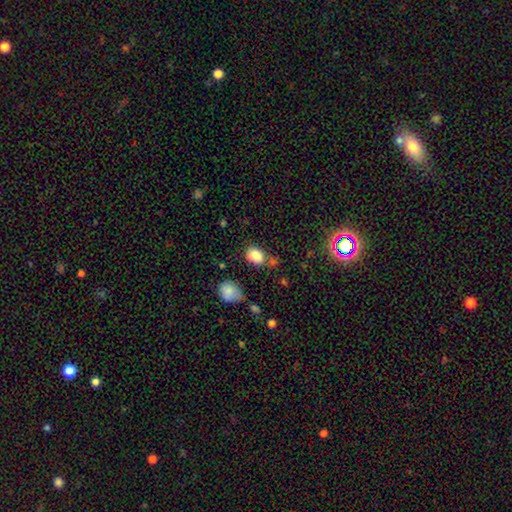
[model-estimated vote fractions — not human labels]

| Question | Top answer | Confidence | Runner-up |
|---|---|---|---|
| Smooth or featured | smooth | 85% | star or artifact (10%) |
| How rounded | in between | 71% | round (27%) |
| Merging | none | 65% | minor disturbance (20%) |